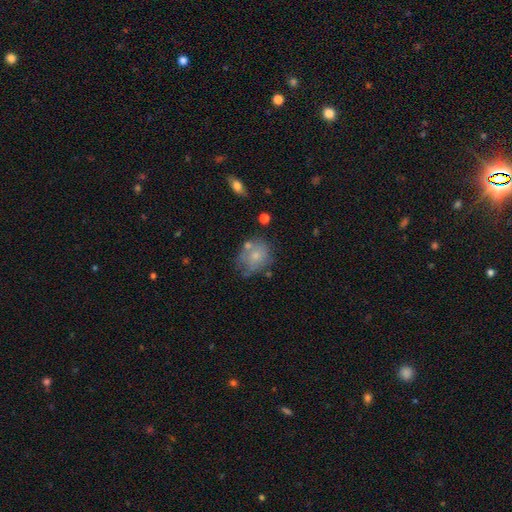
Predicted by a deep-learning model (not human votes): Smooth or featured: smooth — 64% (featured or disk — 26%)
How rounded: round — 59% (in between — 40%)
Merging: none — 51% (minor disturbance — 25%)